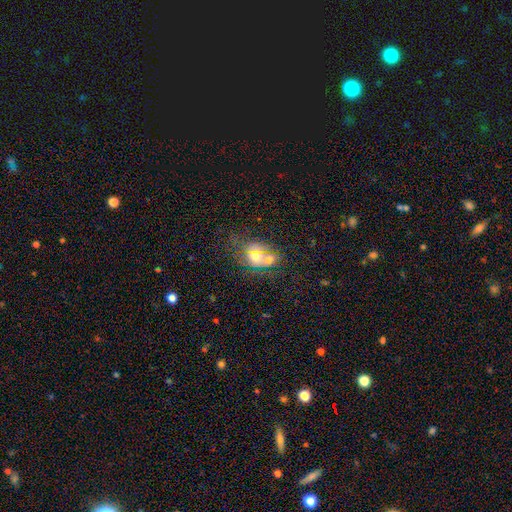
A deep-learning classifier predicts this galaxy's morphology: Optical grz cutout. It shows a smooth galaxy with no disk features (51%) that is in between round and cigar-shaped (55%). Merging: none (50%).